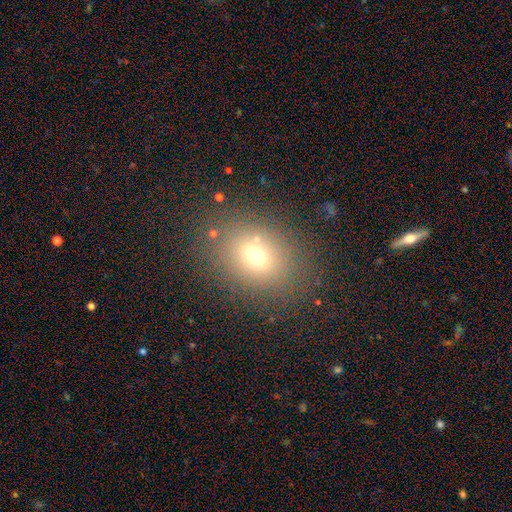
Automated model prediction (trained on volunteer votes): The model was most divided on "how rounded": in between: 64%, round: 35%, cigar-shaped: 2%. More confident: merging — none (81%); smooth or featured — smooth (69%).